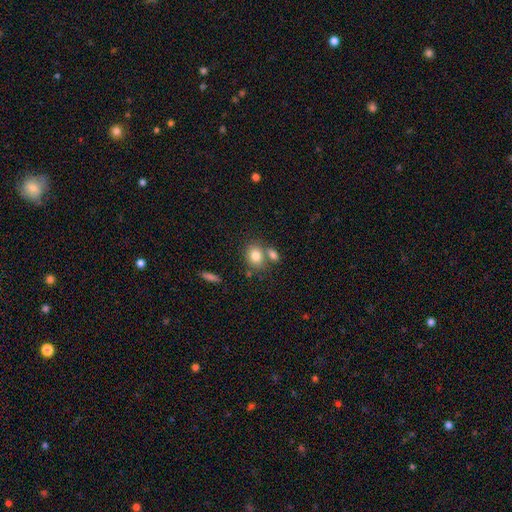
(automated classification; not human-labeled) smooth-or-featured: smooth: 81% | featured or disk: 11% | star or artifact: 9%
  how-rounded: in between: 56% | round: 43% | cigar-shaped: 1%
  merging: none: 53% | merger: 32% | minor disturbance: 11% | major disturbance: 4%